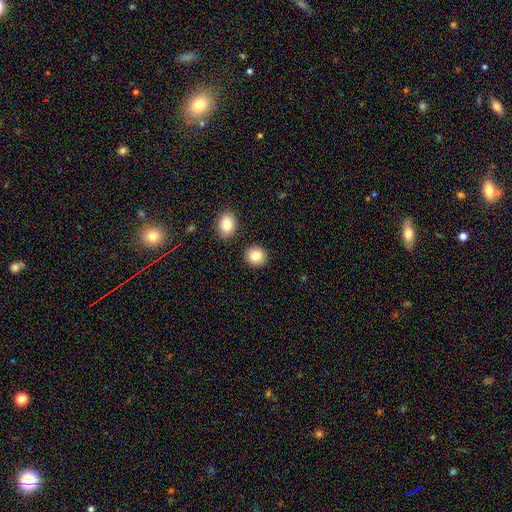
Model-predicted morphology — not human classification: Smooth or featured? smooth (84%)
How rounded? round (82%)
Merging? none (87%)